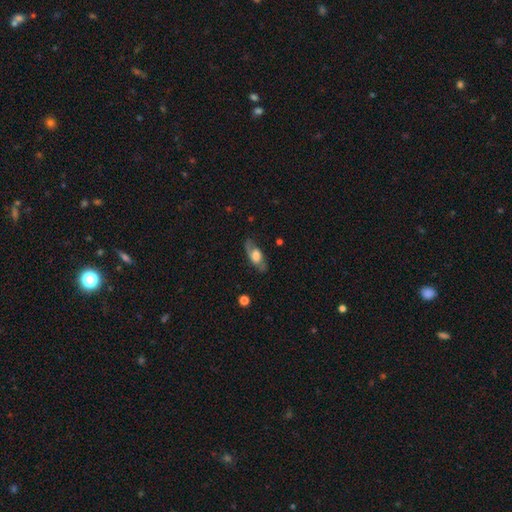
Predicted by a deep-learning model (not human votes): featured or disk 50%, smooth 43%, star or artifact 7%. Down the decision tree: edge-on disk — no (72%); merging — none (74%).